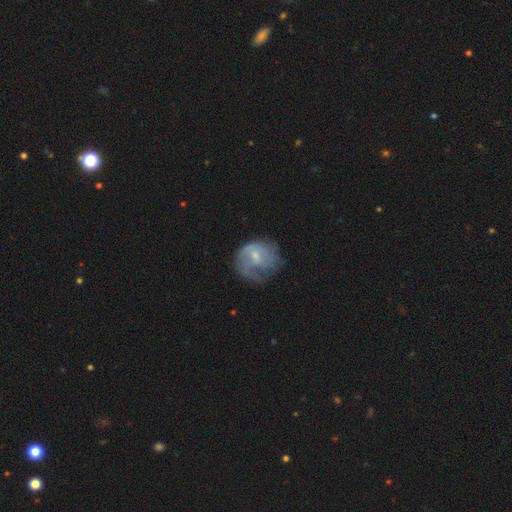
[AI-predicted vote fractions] Smooth or featured?
  - featured or disk: 52% *
  - smooth: 40%
  - star or artifact: 8%
Edge-on disk?
  - no: 98% *
  - yes: 2%
Bar?
  - no: 54% *
  - weak: 40%
  - strong: 6%
Spiral arms?
  - yes: 59% *
  - no: 41%
Bulge size?
  - small: 54% *
  - moderate: 32%
  - none: 11%
  - large: 2%
  - dominant: 1%
Merging?
  - none: 40% *
  - major disturbance: 32%
  - minor disturbance: 26%
  - merger: 2%